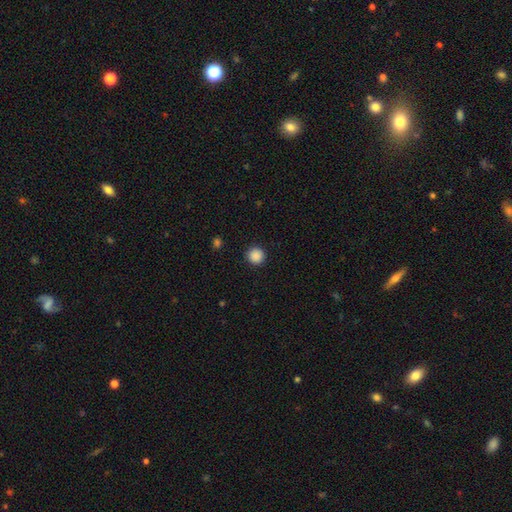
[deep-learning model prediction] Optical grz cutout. It shows a smooth galaxy with no disk features (88%) that is round (95%). Merging: none (92%).